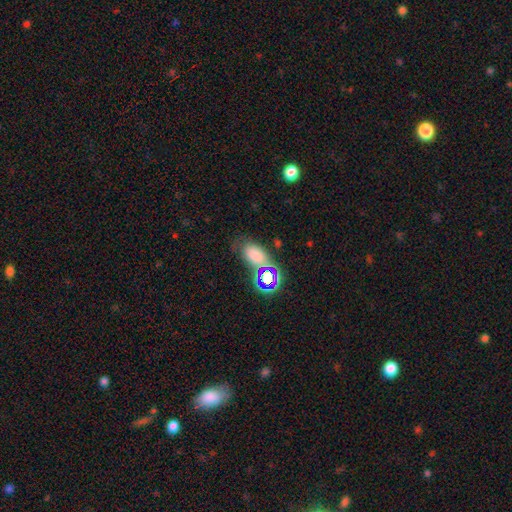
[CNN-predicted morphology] Smooth or featured? smooth (69%)
How rounded? in between (87%)
Merging? none (57%)